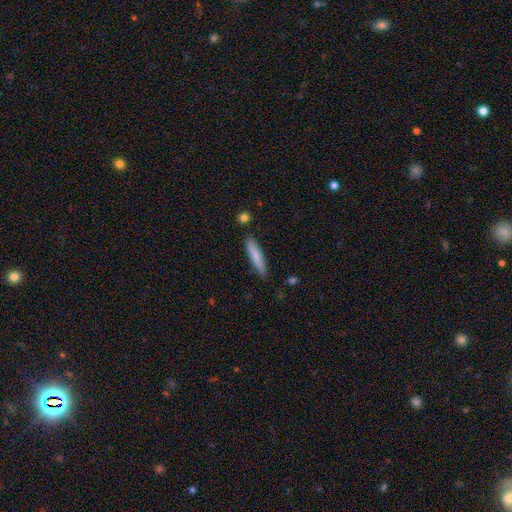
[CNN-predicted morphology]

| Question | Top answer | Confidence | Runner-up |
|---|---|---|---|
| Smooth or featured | smooth | 79% | featured or disk (15%) |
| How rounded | cigar-shaped | 87% | in between (12%) |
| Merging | none | 86% | minor disturbance (10%) |